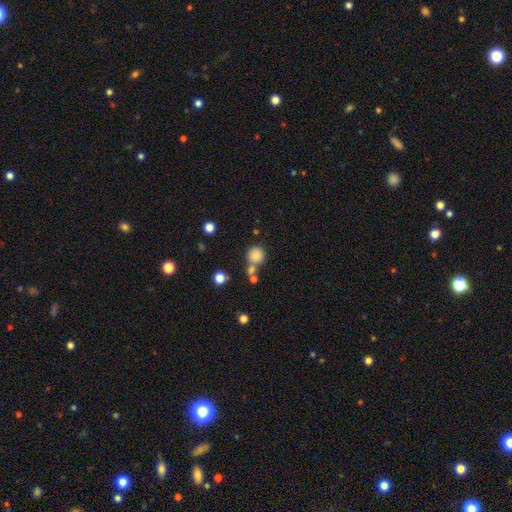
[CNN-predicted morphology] This appears to be a smooth galaxy with no disk features (82%) that is round (91%). Merging: none (60%).